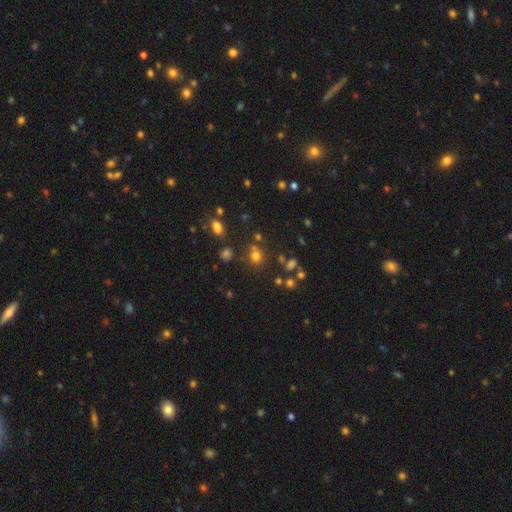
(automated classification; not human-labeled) A smooth galaxy with no disk features (70%) that is round (75%). Merging: none (69%).